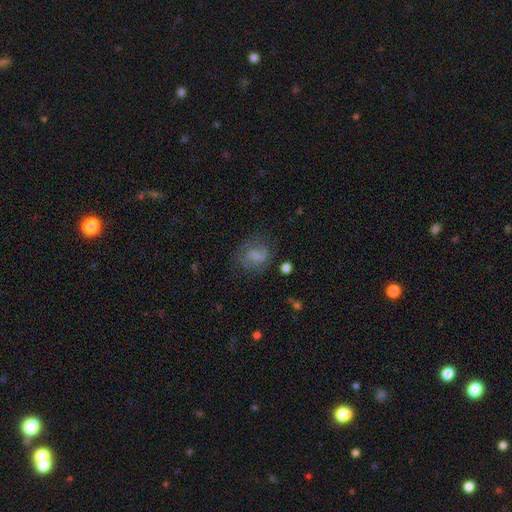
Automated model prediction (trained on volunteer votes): Overall: smooth (55%; featured or disk 33%). How rounded: round (54%; in between 44%). Merging: none (59%; minor disturbance 22%).